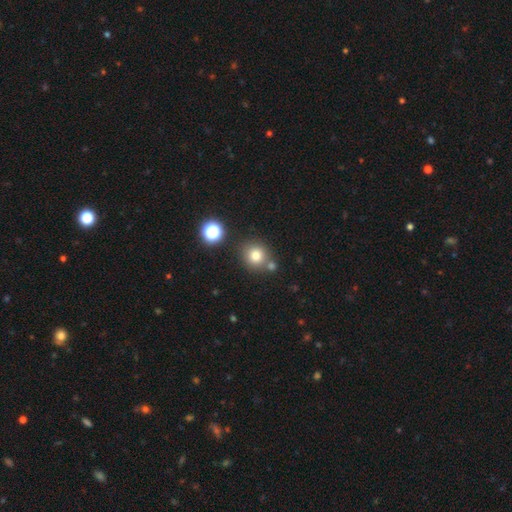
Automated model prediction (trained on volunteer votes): smooth-or-featured: smooth: 77% | star or artifact: 14% | featured or disk: 9%
  how-rounded: round: 89% | in between: 10% | cigar-shaped: 1%
  merging: none: 71% | merger: 16% | minor disturbance: 10% | major disturbance: 3%